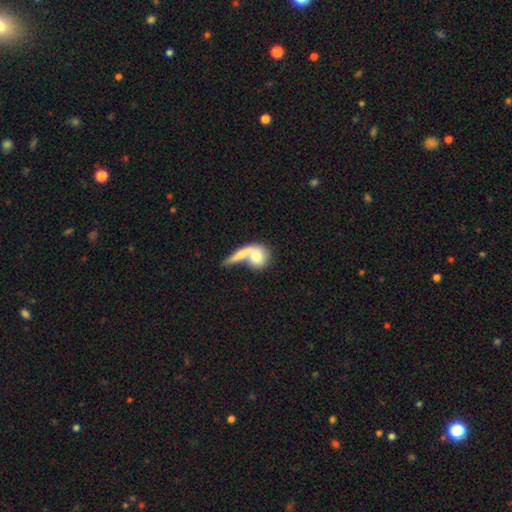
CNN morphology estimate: This appears to be a smooth galaxy with no disk features (68%) that is round (63%). Merging: merger (57%).